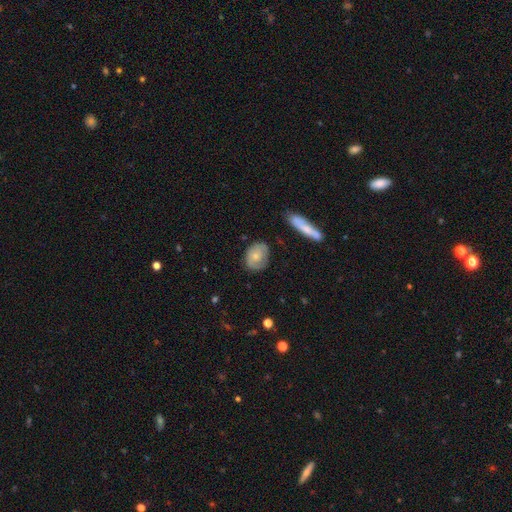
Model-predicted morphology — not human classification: Smooth or featured: smooth — 64% (featured or disk — 29%)
How rounded: in between — 65% (round — 33%)
Merging: none — 71% (minor disturbance — 21%)